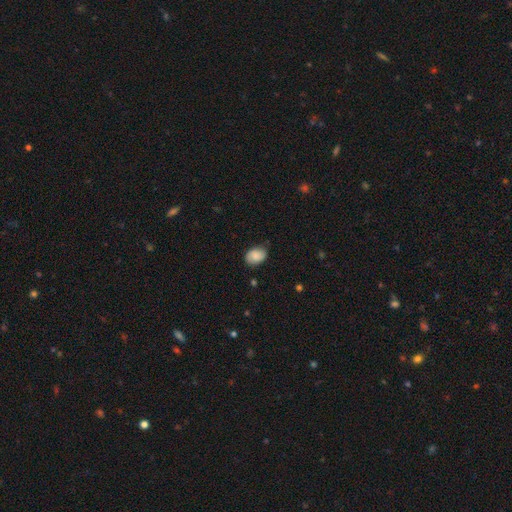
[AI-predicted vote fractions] Smooth or featured: smooth — 81% (featured or disk — 11%)
How rounded: in between — 78% (round — 21%)
Merging: none — 75% (minor disturbance — 20%)